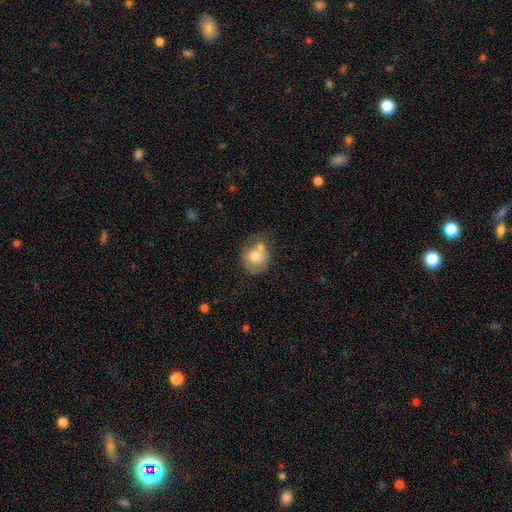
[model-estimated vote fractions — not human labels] Smooth or featured? smooth (70%)
How rounded? round (72%)
Merging? merger (36%)